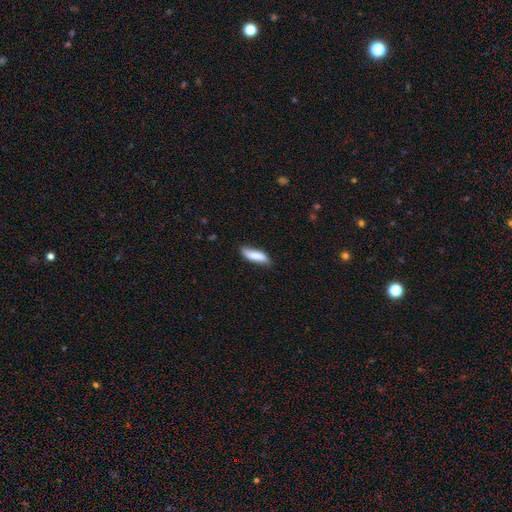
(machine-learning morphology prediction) smooth 82%, featured or disk 12%, star or artifact 6%. Down the decision tree: how rounded — cigar-shaped (54%); merging — none (73%).